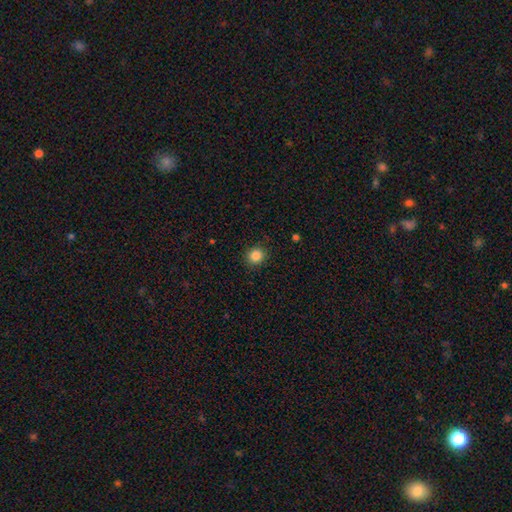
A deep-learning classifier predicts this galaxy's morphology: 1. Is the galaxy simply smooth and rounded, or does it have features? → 85% smooth, 11% star or artifact, 4% featured or disk.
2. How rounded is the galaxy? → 88% round, 11% in between, 1% cigar-shaped.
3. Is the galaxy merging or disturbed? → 90% none, 7% minor disturbance, 2% major disturbance, 1% merger.